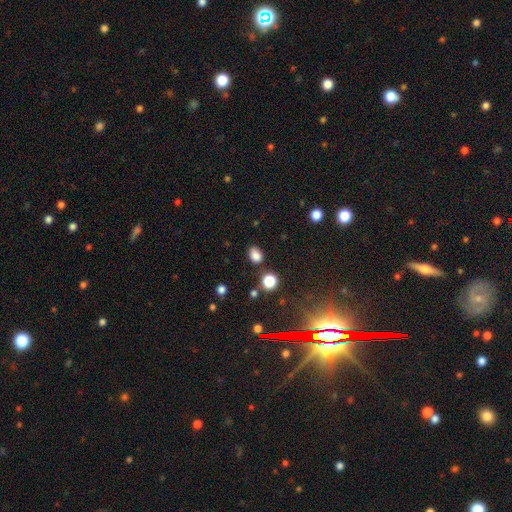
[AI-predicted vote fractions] A smooth galaxy with no disk features (82%) that is in between round and cigar-shaped (67%).

Vote fractions:
- Smooth or featured? smooth: 82% / star or artifact: 13% / featured or disk: 5%
- How rounded? in between: 67% / round: 32% / cigar-shaped: 1%
- Merging? none: 75% / minor disturbance: 15% / merger: 6% / major disturbance: 4%